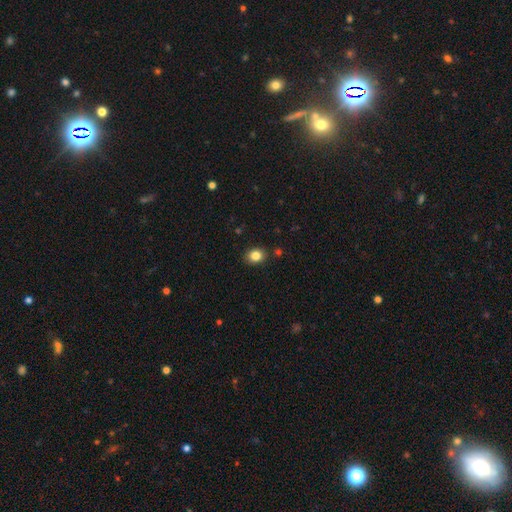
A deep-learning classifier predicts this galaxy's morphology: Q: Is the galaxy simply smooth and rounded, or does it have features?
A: smooth — 84%.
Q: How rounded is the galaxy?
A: round — 57%.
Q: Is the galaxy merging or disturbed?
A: none — 87%.